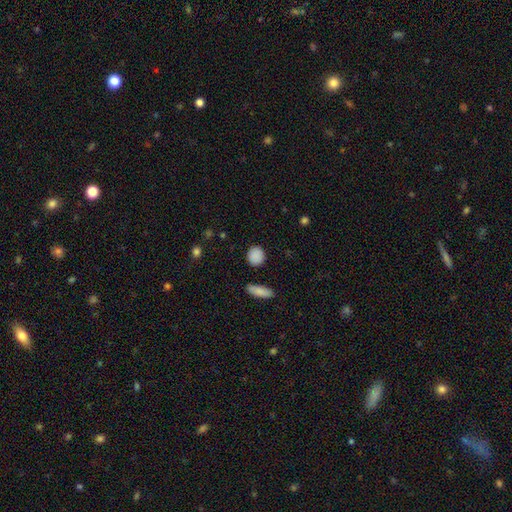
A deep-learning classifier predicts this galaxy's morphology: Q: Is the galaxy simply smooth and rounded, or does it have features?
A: smooth — 88%.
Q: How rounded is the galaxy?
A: round — 78%.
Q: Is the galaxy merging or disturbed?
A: none — 86%.